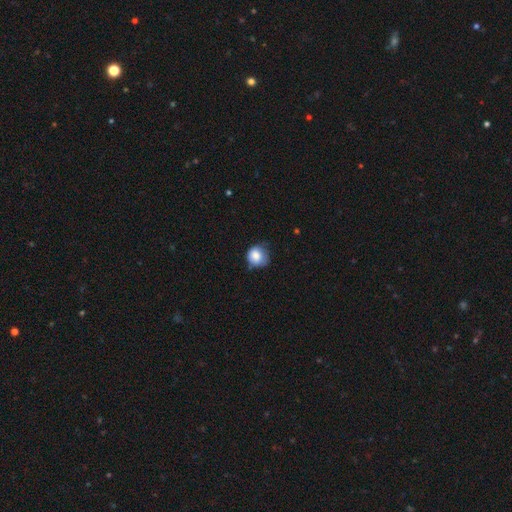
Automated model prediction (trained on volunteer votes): Q: Smooth or featured?
A: smooth (81%); runner-up: featured or disk (11%)
Q: How rounded?
A: round (86%); runner-up: in between (13%)
Q: Merging?
A: none (56%); runner-up: minor disturbance (33%)